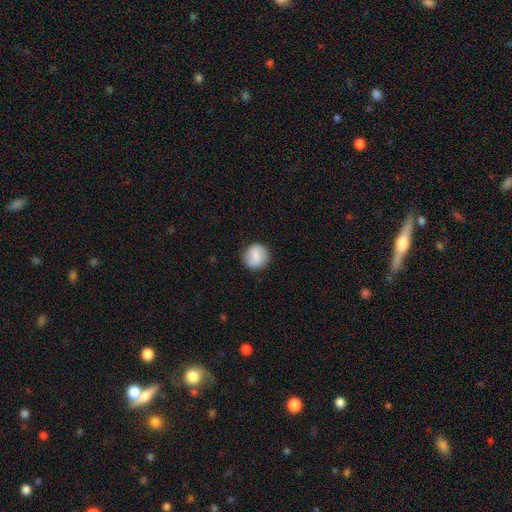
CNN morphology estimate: A smooth galaxy with no disk features (66%) that is round (91%).

Vote fractions:
- Smooth or featured? smooth: 66% / featured or disk: 27% / star or artifact: 7%
- How rounded? round: 91% / in between: 8% / cigar-shaped: 1%
- Merging? none: 86% / minor disturbance: 10% / major disturbance: 3% / merger: 1%